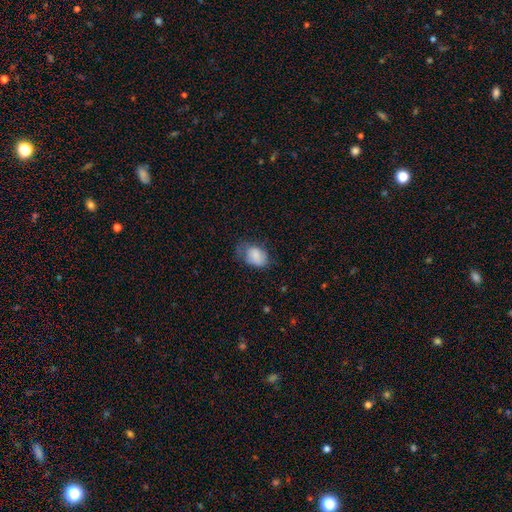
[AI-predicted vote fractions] This is likely a smooth galaxy (79%). How rounded: likely in between (74%). Merging: marginally none (41%).